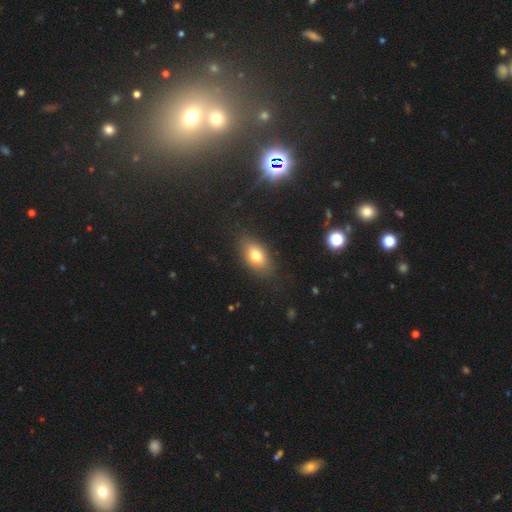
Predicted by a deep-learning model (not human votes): This is likely a smooth galaxy (76%). How rounded: clearly in between (87%). Merging: clearly none (83%).